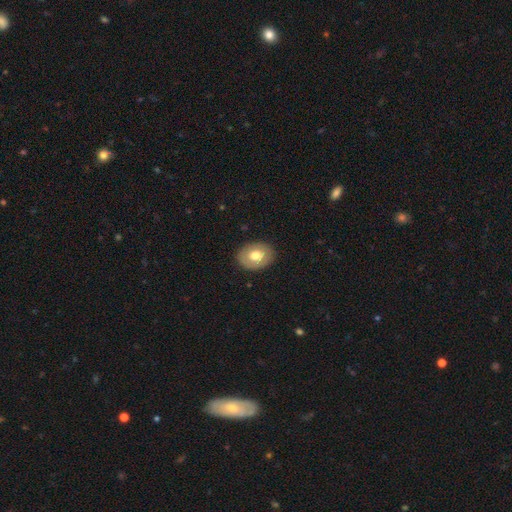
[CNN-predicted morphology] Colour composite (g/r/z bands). It shows a smooth galaxy with no disk features (69%) that is in between round and cigar-shaped (63%). Merging: none (87%).